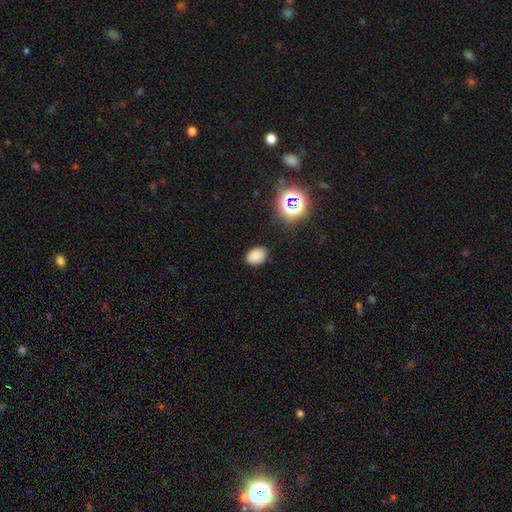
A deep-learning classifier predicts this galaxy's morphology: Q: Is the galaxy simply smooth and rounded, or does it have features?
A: smooth — 79%.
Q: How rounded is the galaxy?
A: in between — 72%.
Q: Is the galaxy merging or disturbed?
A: none — 85%.